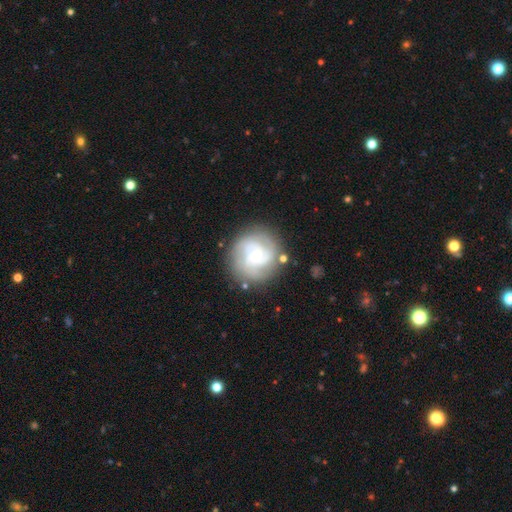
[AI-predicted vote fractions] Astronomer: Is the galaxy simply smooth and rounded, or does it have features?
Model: featured or disk — 79%.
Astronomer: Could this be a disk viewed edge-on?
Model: no — 98%.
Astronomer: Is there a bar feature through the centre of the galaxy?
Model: no — 66%.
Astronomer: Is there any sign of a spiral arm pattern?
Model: yes — 93%.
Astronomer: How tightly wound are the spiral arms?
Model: tight — 56% (runner-up: medium, 35%).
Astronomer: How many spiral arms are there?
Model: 3 — 34% (runner-up: 2, 26%).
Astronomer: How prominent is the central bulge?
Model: small — 65%.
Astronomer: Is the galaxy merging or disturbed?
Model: none — 79%.